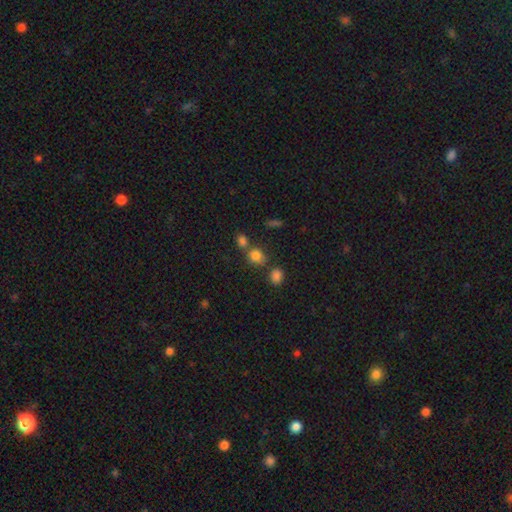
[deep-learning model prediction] smooth_or_featured: smooth (p=0.80) [alt: star or artifact p=0.14]
how_rounded: round (p=0.65) [alt: in between p=0.33]
merging: none (p=0.57) [alt: merger p=0.28]